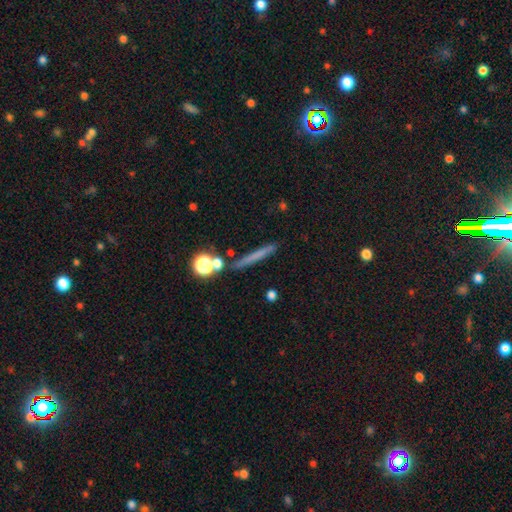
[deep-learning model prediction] Overall: smooth (56%; featured or disk 31%). How rounded: cigar-shaped (87%). Merging: none (81%).